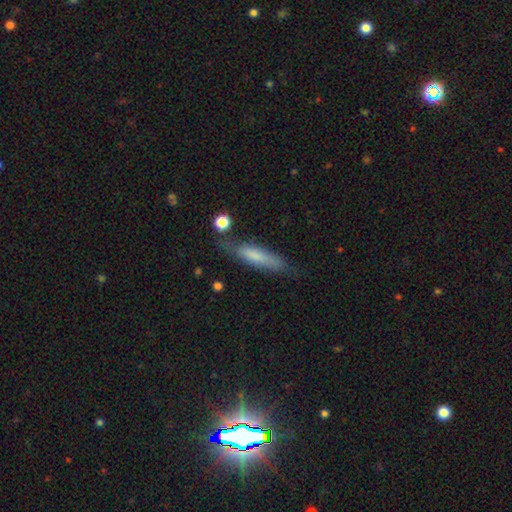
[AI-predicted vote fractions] Smooth or featured: smooth — 69% (featured or disk — 24%)
How rounded: cigar-shaped — 79% (in between — 19%)
Merging: none — 68% (minor disturbance — 22%)